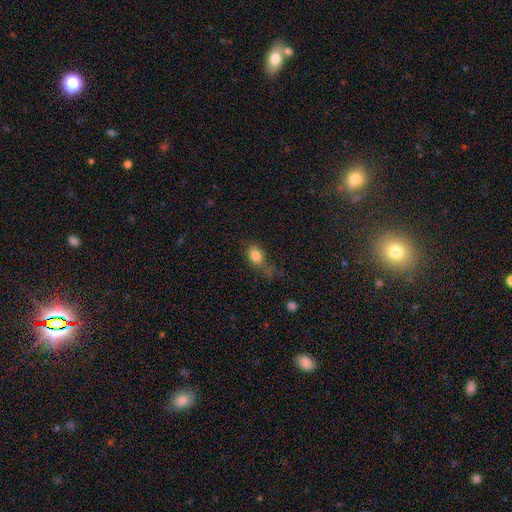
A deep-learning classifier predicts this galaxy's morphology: This appears to be a smooth galaxy with no disk features (81%) that is in between round and cigar-shaped (72%). Merging: none (47%).